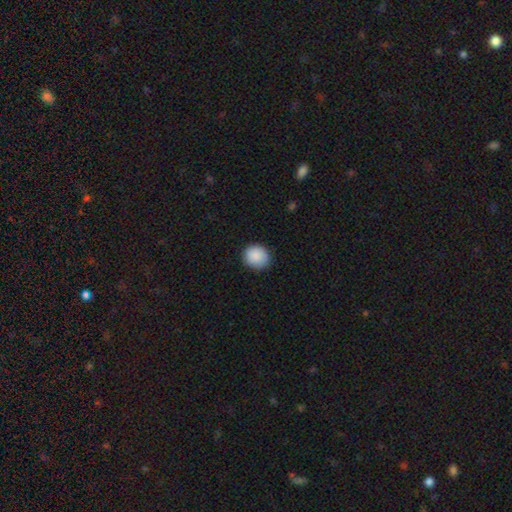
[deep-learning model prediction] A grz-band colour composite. It shows a smooth galaxy with no disk features (89%) that is round (88%). Merging: none (88%).